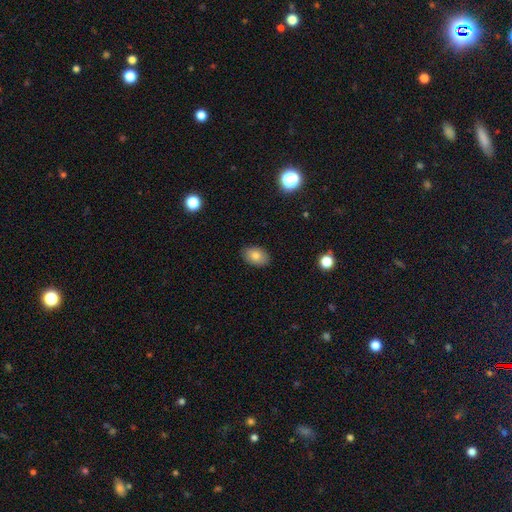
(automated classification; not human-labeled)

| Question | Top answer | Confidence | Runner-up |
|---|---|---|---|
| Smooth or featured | smooth | 82% | featured or disk (9%) |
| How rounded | in between | 83% | round (16%) |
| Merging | none | 87% | minor disturbance (10%) |